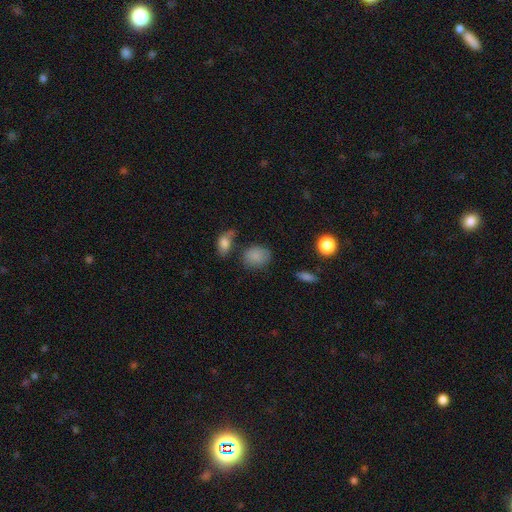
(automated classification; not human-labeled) smooth 83%, star or artifact 10%, featured or disk 7%. Down the decision tree: how rounded — in between (55%); merging — none (65%).